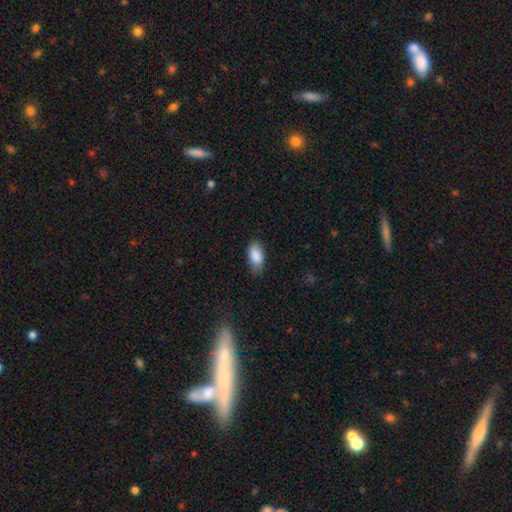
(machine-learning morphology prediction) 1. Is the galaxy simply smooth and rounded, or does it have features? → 88% smooth, 7% star or artifact, 5% featured or disk.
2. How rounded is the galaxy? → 93% in between, 4% cigar-shaped, 3% round.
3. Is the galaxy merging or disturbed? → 75% none, 20% minor disturbance, 4% major disturbance, 1% merger.